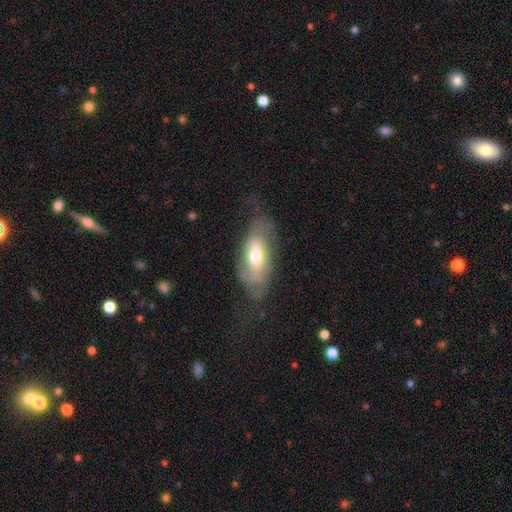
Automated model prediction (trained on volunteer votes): A smooth galaxy with no disk features (47%).

Vote fractions:
- Smooth or featured? smooth: 47% / featured or disk: 46% / star or artifact: 7%
- Merging? none: 46% / minor disturbance: 28% / major disturbance: 24% / merger: 2%